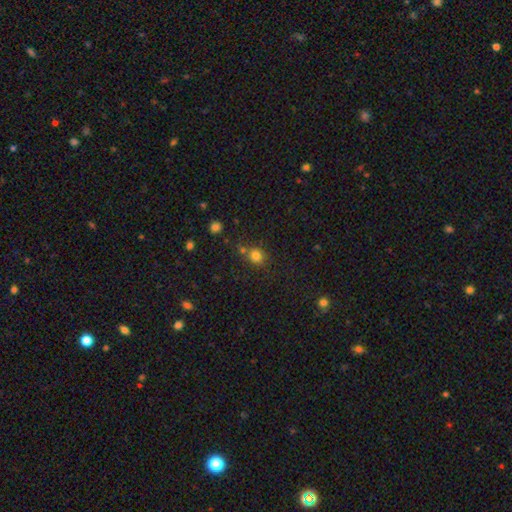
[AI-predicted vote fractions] smooth 78%, star or artifact 14%, featured or disk 7%. Down the decision tree: how rounded — round (69%); merging — none (65%).